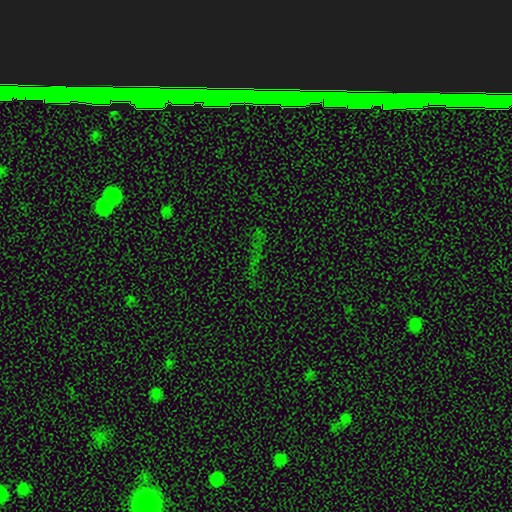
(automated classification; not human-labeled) A star or artifact, not a galaxy (71%).

Vote fractions:
- Smooth or featured? star or artifact: 71% / smooth: 18% / featured or disk: 12%